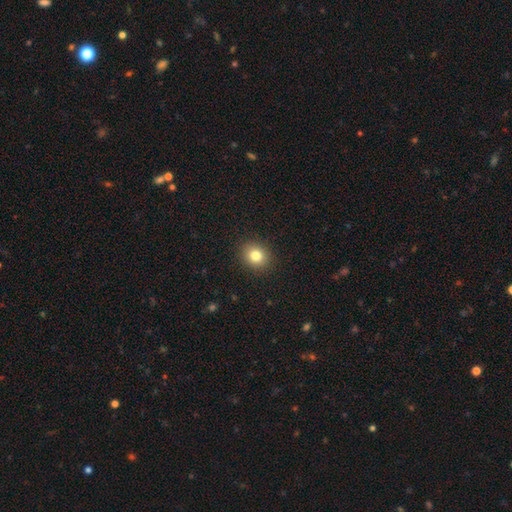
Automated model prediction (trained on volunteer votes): This is clearly a smooth galaxy (81%). How rounded: likely round (69%). Merging: clearly none (90%).